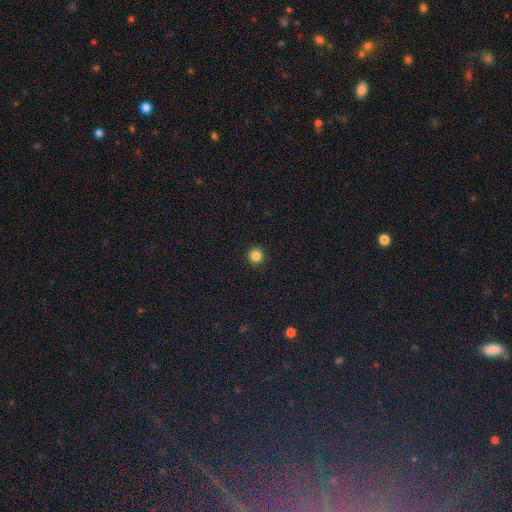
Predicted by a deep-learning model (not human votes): Morphology: type=smooth (84%); roundness=round (95%); merging=none (93%).